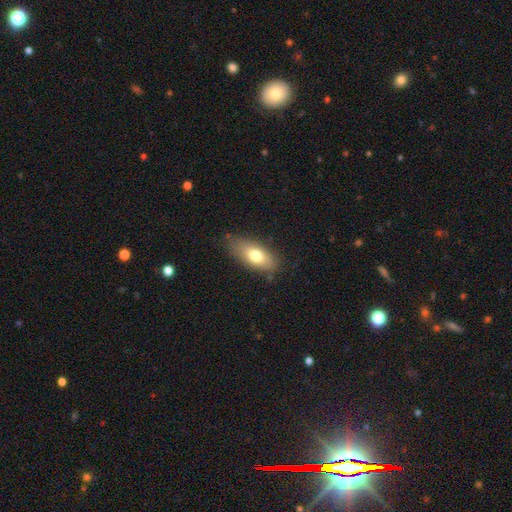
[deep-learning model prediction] smooth_or_featured: smooth (p=0.73) [alt: featured or disk p=0.19]
how_rounded: in between (p=0.82) [alt: cigar-shaped p=0.13]
merging: none (p=0.76) [alt: minor disturbance p=0.18]